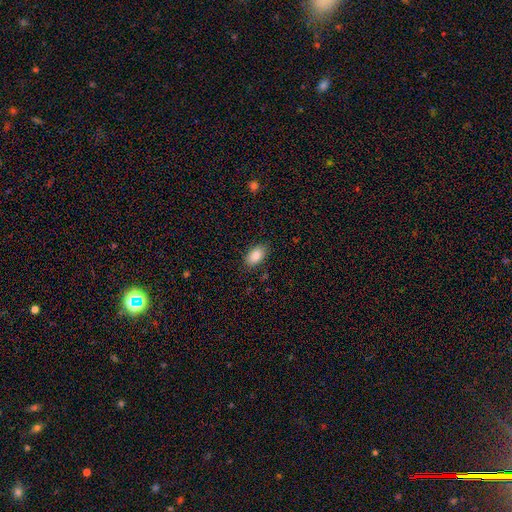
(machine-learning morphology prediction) smooth_or_featured: smooth (p=0.86) [alt: featured or disk p=0.07]
how_rounded: in between (p=0.93) [alt: round p=0.05]
merging: none (p=0.86) [alt: minor disturbance p=0.11]